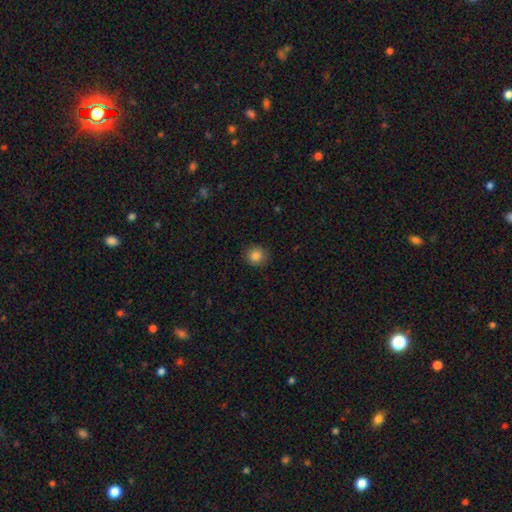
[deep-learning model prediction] smooth 85%, star or artifact 10%, featured or disk 4%. Down the decision tree: how rounded — round (89%); merging — none (89%).